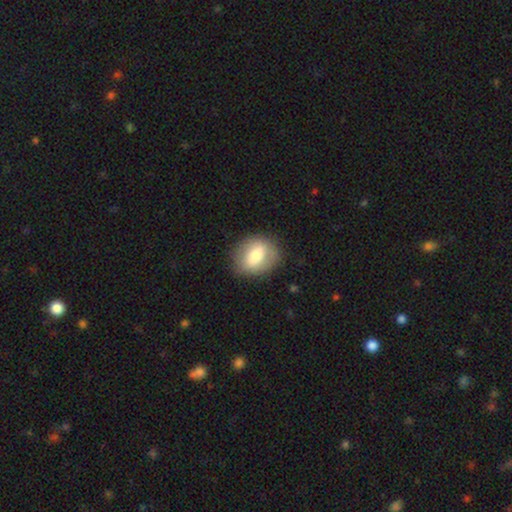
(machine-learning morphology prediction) Q: Smooth or featured?
A: smooth (63%); runner-up: featured or disk (30%)
Q: How rounded?
A: round (53%); runner-up: in between (45%)
Q: Merging?
A: none (80%); runner-up: minor disturbance (14%)